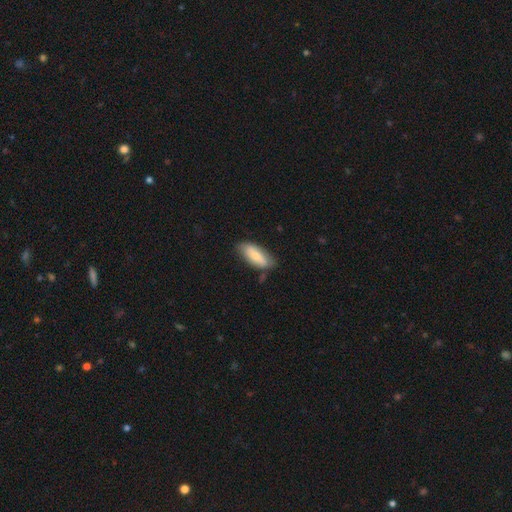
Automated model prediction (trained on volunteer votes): A smooth galaxy with no disk features (71%) that is in between round and cigar-shaped (80%). Merging: none (71%).